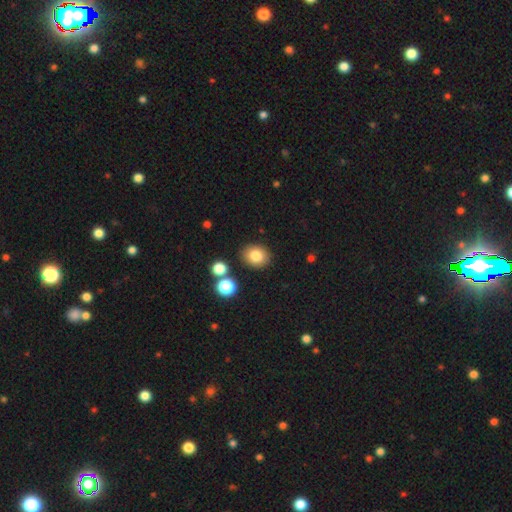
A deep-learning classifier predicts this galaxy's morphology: A smooth galaxy with no disk features (82%) that is round (60%).

Vote fractions:
- Smooth or featured? smooth: 82% / star or artifact: 10% / featured or disk: 8%
- How rounded? round: 60% / in between: 39% / cigar-shaped: 1%
- Merging? none: 85% / minor disturbance: 8% / merger: 5% / major disturbance: 2%